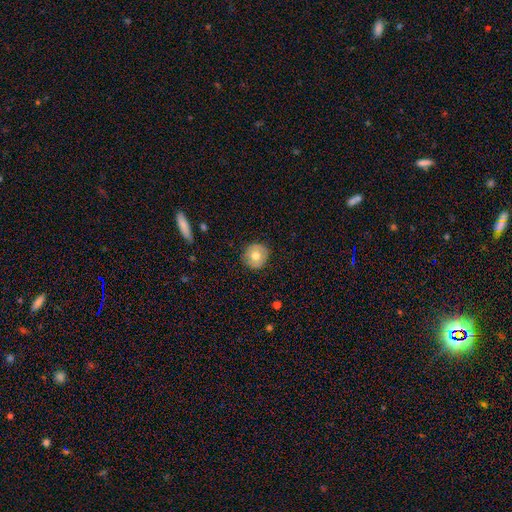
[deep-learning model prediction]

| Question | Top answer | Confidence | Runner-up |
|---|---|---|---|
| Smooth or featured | smooth | 67% | featured or disk (25%) |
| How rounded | round | 89% | in between (10%) |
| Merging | none | 86% | minor disturbance (10%) |